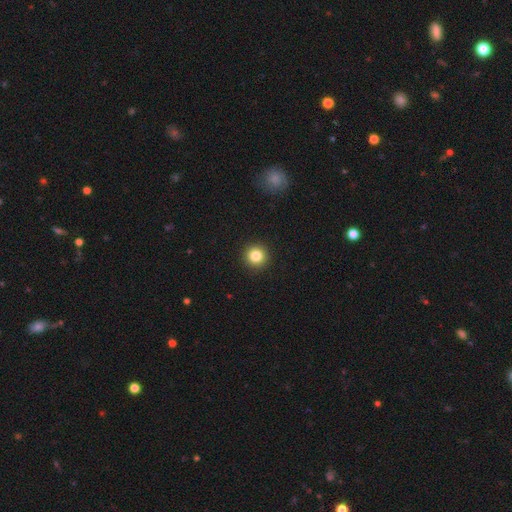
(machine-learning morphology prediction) The model was most divided on "smooth or featured": smooth: 84%, star or artifact: 11%, featured or disk: 5%. More confident: how rounded — round (95%); merging — none (93%).